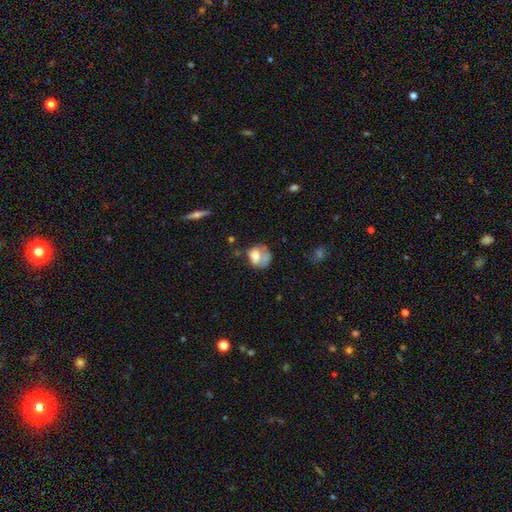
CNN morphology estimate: smooth 61%, featured or disk 29%, star or artifact 10%. Down the decision tree: how rounded — round (50%); merging — none (31%).